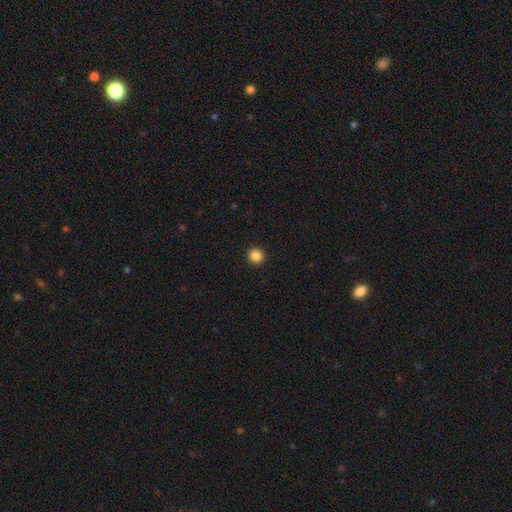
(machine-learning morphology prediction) A smooth galaxy with no disk features (87%) that is round (92%).

Vote fractions:
- Smooth or featured? smooth: 87% / star or artifact: 10% / featured or disk: 3%
- How rounded? round: 92% / in between: 7% / cigar-shaped: 1%
- Merging? none: 93% / minor disturbance: 4% / major disturbance: 2% / merger: 1%